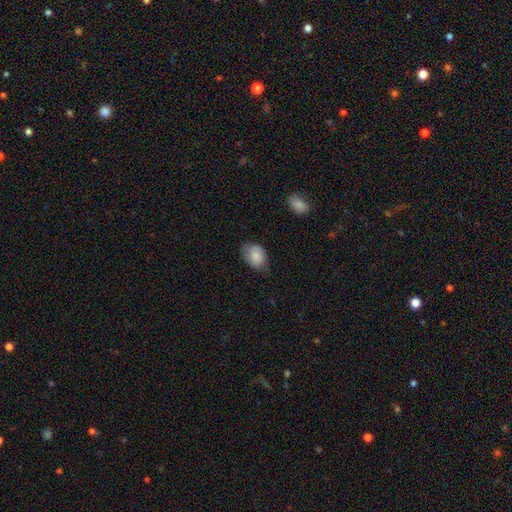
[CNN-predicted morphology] smooth-or-featured: smooth: 81% | featured or disk: 12% | star or artifact: 7%
  how-rounded: in between: 72% | round: 27% | cigar-shaped: 1%
  merging: none: 64% | minor disturbance: 29% | major disturbance: 6% | merger: 1%